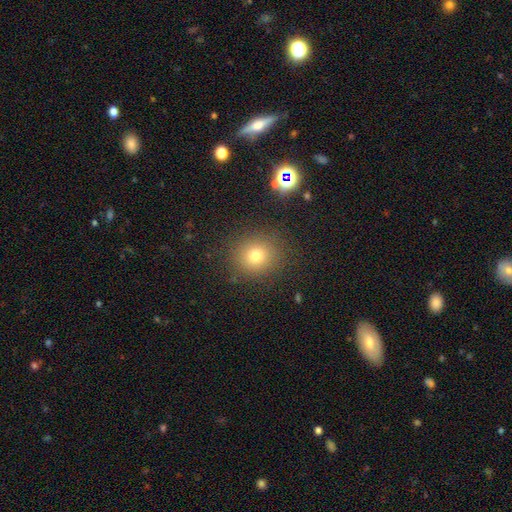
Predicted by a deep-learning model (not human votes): This is likely a smooth galaxy (73%). How rounded: clearly round (88%). Merging: clearly none (88%).